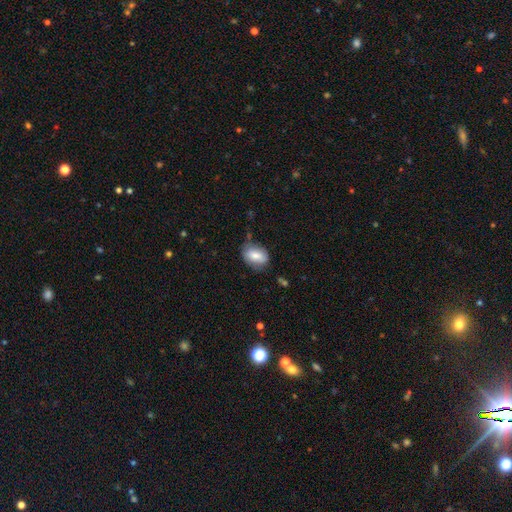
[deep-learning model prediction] A smooth galaxy with no disk features (75%) that is in between round and cigar-shaped (79%).

Vote fractions:
- Smooth or featured? smooth: 75% / featured or disk: 18% / star or artifact: 7%
- How rounded? in between: 79% / round: 20% / cigar-shaped: 2%
- Merging? none: 69% / minor disturbance: 23% / major disturbance: 6% / merger: 3%